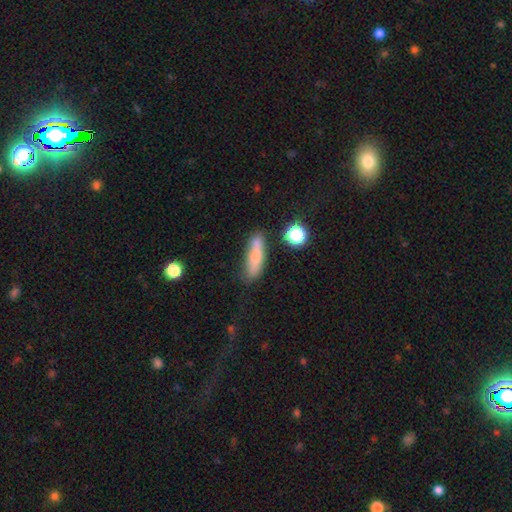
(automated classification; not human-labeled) This is likely a smooth galaxy (74%). How rounded: likely cigar-shaped (64%). Merging: possibly none (59%).